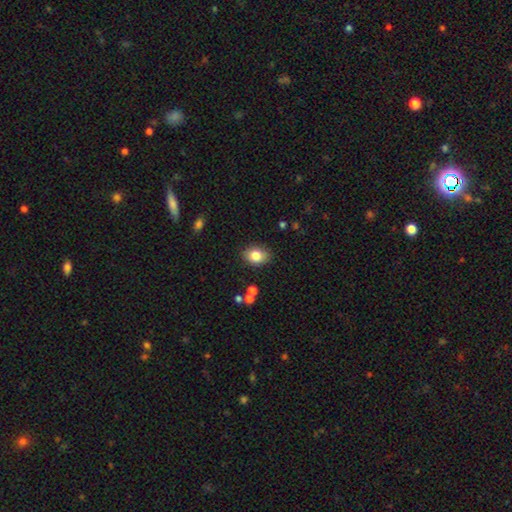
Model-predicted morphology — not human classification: Smooth or featured? Predicted: smooth (p=0.82). How rounded? Predicted: in between (p=0.66). Merging? Predicted: none (p=0.85).